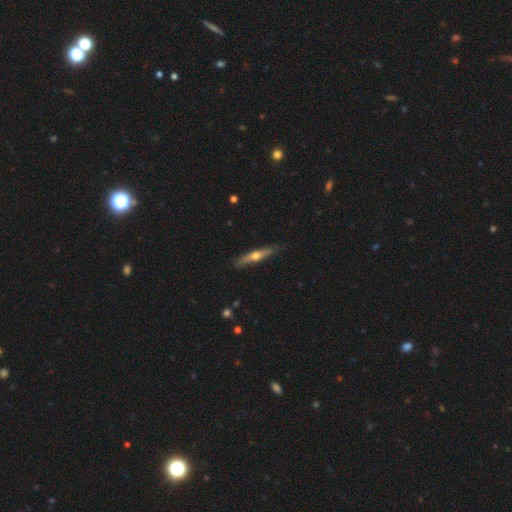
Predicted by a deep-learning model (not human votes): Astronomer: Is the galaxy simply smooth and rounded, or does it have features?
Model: featured or disk — 63%.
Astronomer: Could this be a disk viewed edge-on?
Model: yes — 95%.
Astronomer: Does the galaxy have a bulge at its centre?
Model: rounded — 93%.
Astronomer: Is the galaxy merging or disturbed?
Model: none — 85%.